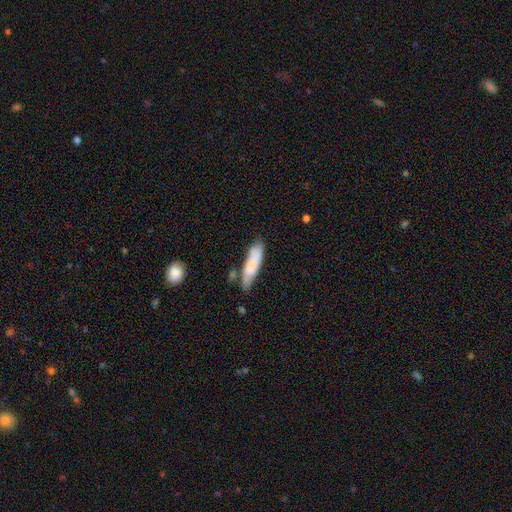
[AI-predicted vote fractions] Q: Smooth or featured?
A: smooth (77%); runner-up: featured or disk (17%)
Q: How rounded?
A: cigar-shaped (66%); runner-up: in between (33%)
Q: Merging?
A: none (60%); runner-up: minor disturbance (24%)